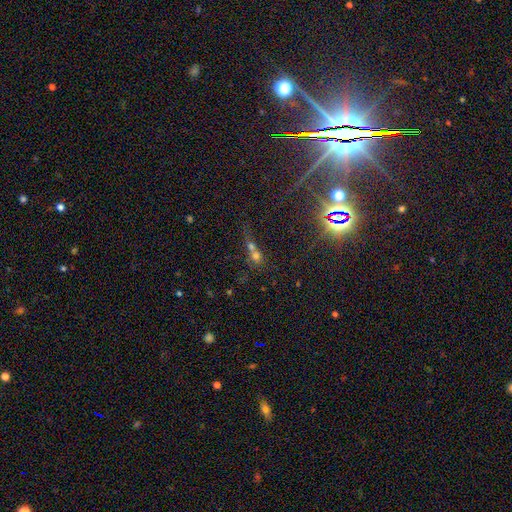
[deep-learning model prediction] smooth-or-featured: smooth: 60% | star or artifact: 22% | featured or disk: 19%
  how-rounded: round: 71% | in between: 25% | cigar-shaped: 5%
  merging: merger: 66% | none: 23% | minor disturbance: 5% | major disturbance: 5%